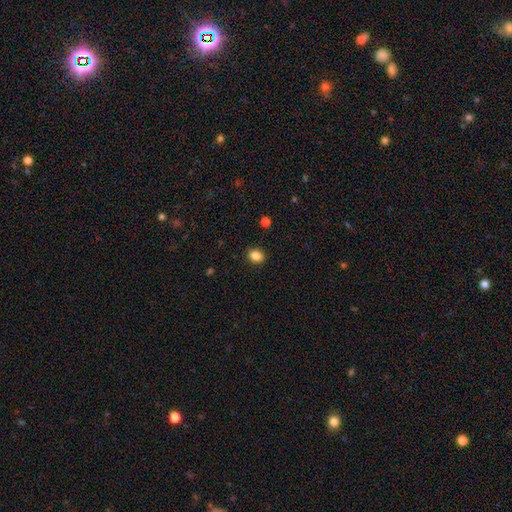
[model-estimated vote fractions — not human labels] A smooth galaxy with no disk features (85%) that is round (56%).

Vote fractions:
- Smooth or featured? smooth: 85% / star or artifact: 11% / featured or disk: 4%
- How rounded? round: 56% / in between: 43% / cigar-shaped: 1%
- Merging? none: 90% / minor disturbance: 7% / major disturbance: 2% / merger: 1%